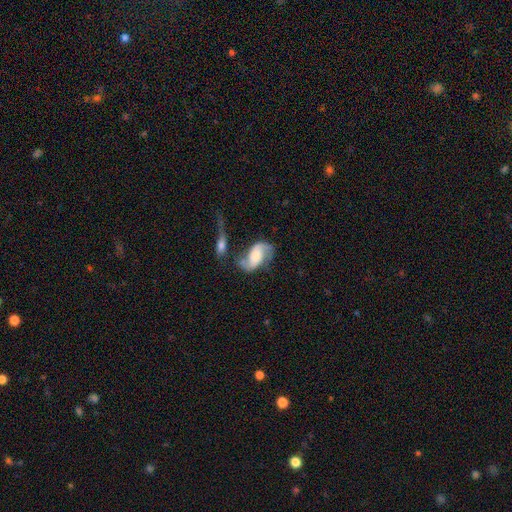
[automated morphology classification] Q: Smooth or featured?
A: featured or disk (75%); runner-up: smooth (18%)
Q: Edge-on disk?
A: no (96%); runner-up: yes (4%)
Q: Bar?
A: no (53%); runner-up: weak (34%)
Q: Spiral arms?
A: yes (93%); runner-up: no (7%)
Q: Spiral winding?
A: loose (49%); runner-up: medium (38%)
Q: Spiral arm count?
A: 2 (90%); runner-up: can't tell (4%)
Q: Bulge size?
A: moderate (29%); runner-up: large (28%)
Q: Merging?
A: none (46%); runner-up: minor disturbance (20%)